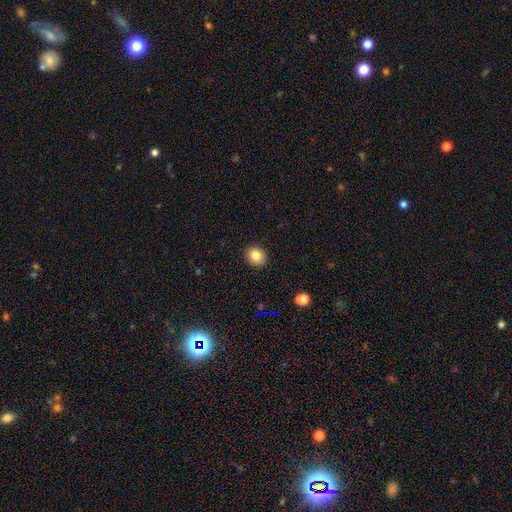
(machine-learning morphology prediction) The model was most divided on "how rounded": round: 68%, in between: 31%, cigar-shaped: 1%. More confident: merging — none (91%); smooth or featured — smooth (84%).